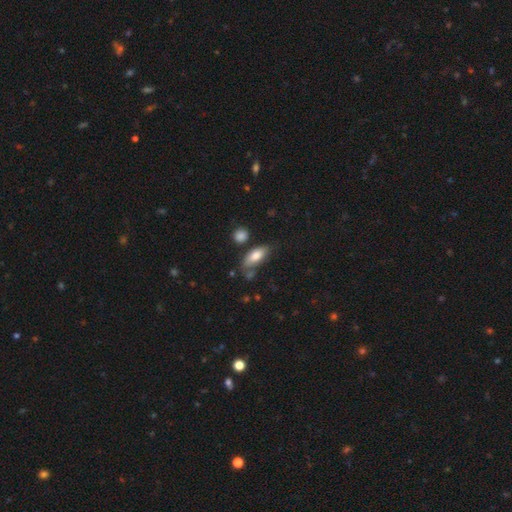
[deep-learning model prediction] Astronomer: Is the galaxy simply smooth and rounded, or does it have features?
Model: smooth — 79%.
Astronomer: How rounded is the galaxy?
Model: in between — 82%.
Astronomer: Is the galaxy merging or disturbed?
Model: none — 54%.